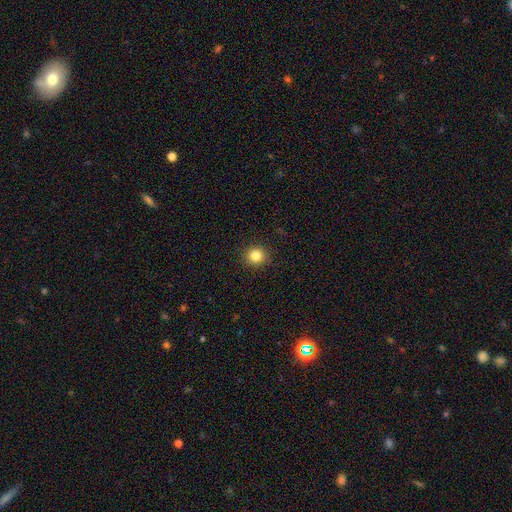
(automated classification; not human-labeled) Smooth or featured: smooth — 83% (star or artifact — 12%)
How rounded: round — 90% (in between — 9%)
Merging: none — 92% (minor disturbance — 6%)